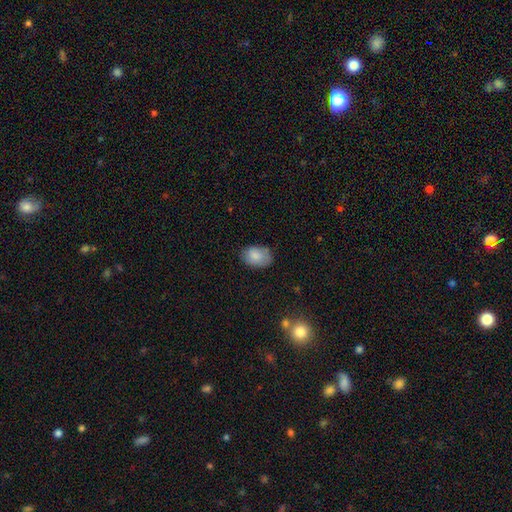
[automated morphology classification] smooth_or_featured: smooth (p=0.83) [alt: featured or disk p=0.10]
how_rounded: in between (p=0.84) [alt: round p=0.15]
merging: none (p=0.74) [alt: minor disturbance p=0.20]